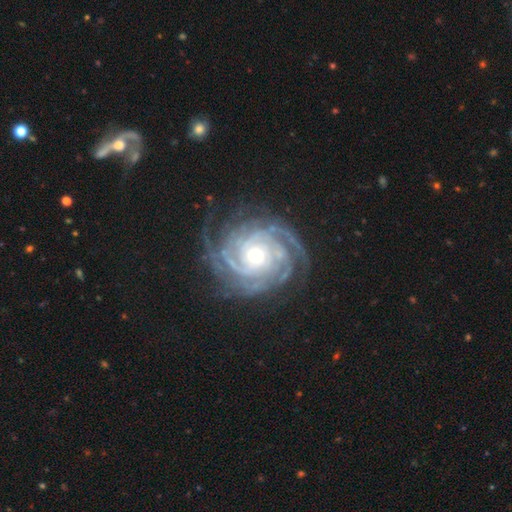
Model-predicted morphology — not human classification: Q: Smooth or featured?
A: featured or disk (92%); runner-up: star or artifact (5%)
Q: Edge-on disk?
A: no (97%); runner-up: yes (3%)
Q: Bar?
A: no (75%); runner-up: weak (17%)
Q: Spiral arms?
A: yes (98%); runner-up: no (2%)
Q: Spiral winding?
A: tight (77%); runner-up: medium (20%)
Q: Spiral arm count?
A: 4 (26%); runner-up: 3 (19%)
Q: Bulge size?
A: small (56%); runner-up: moderate (39%)
Q: Merging?
A: none (76%); runner-up: minor disturbance (15%)